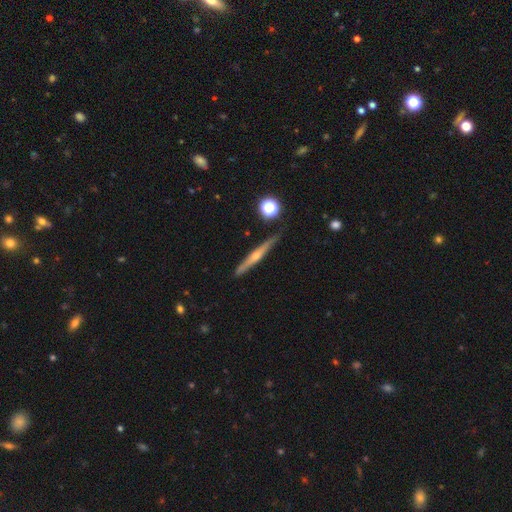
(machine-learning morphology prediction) smooth-or-featured: featured or disk: 66% | smooth: 27% | star or artifact: 7%
  disk-edge-on: yes: 97% | no: 3%
    edge-on-bulge: rounded: 77% | none: 19% | boxy: 4%
  merging: none: 87% | minor disturbance: 9% | merger: 2% | major disturbance: 2%